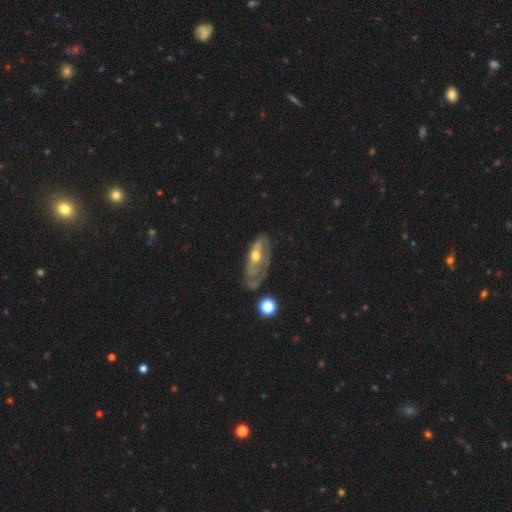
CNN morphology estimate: type=featured or disk (62%); edge-on=no (81%); merging=none (42%).